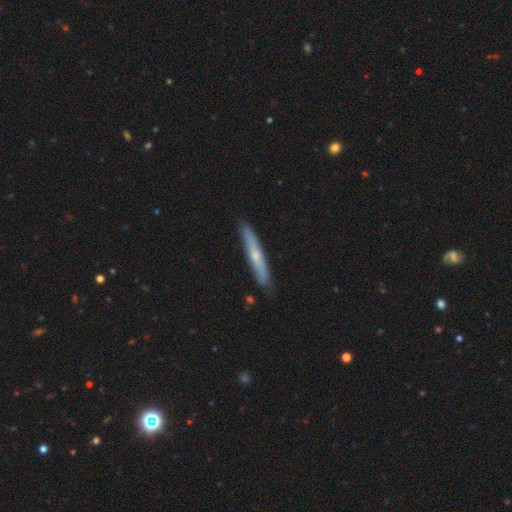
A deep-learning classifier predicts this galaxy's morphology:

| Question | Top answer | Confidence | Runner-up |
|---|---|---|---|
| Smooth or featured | featured or disk | 49% | smooth (45%) |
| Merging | none | 87% | minor disturbance (11%) |